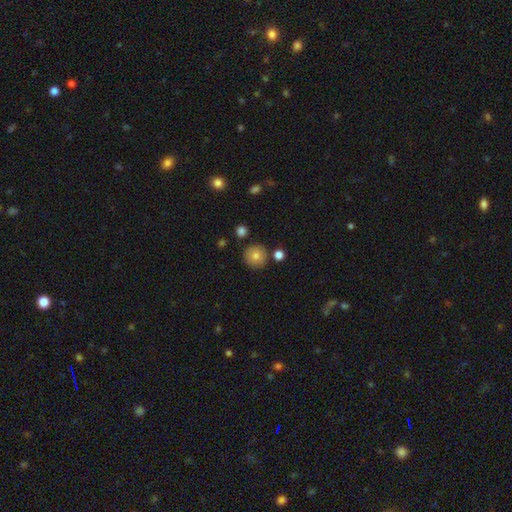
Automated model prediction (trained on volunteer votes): Smooth or featured?
  - smooth: 81% *
  - star or artifact: 10%
  - featured or disk: 10%
How rounded?
  - round: 95% *
  - in between: 4%
  - cigar-shaped: 1%
Merging?
  - none: 86% *
  - minor disturbance: 7%
  - merger: 5%
  - major disturbance: 2%